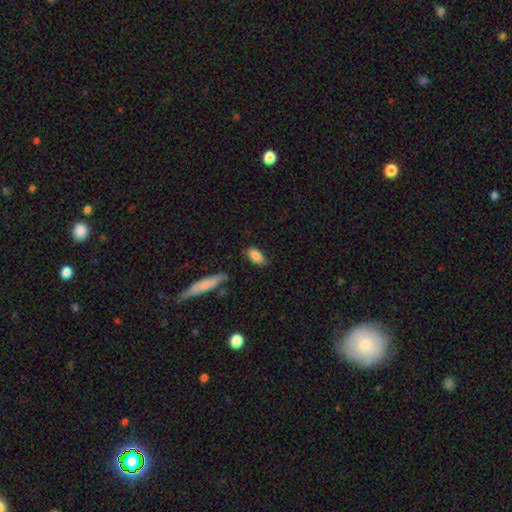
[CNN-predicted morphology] Q: Smooth or featured?
A: smooth (86%); runner-up: star or artifact (7%)
Q: How rounded?
A: in between (89%); runner-up: cigar-shaped (9%)
Q: Merging?
A: none (80%); runner-up: minor disturbance (15%)